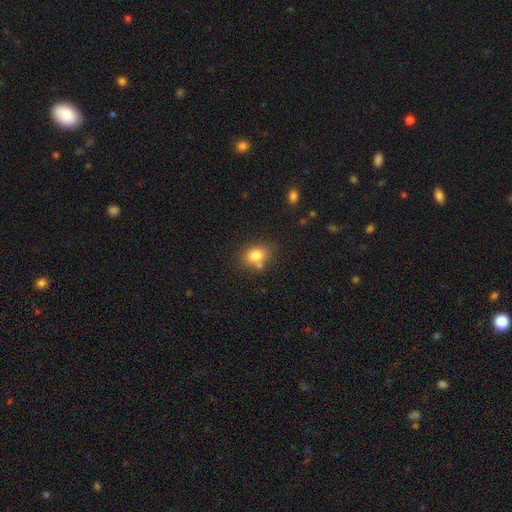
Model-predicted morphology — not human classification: Smooth or featured: smooth — 80% (star or artifact — 11%)
How rounded: in between — 50% (round — 49%)
Merging: none — 66% (merger — 15%)